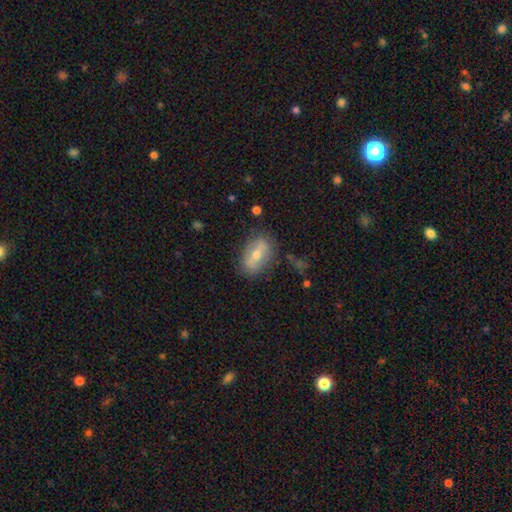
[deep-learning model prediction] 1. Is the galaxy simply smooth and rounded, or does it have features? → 50% featured or disk, 42% smooth, 8% star or artifact.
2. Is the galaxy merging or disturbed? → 79% none, 15% minor disturbance, 4% major disturbance, 2% merger.